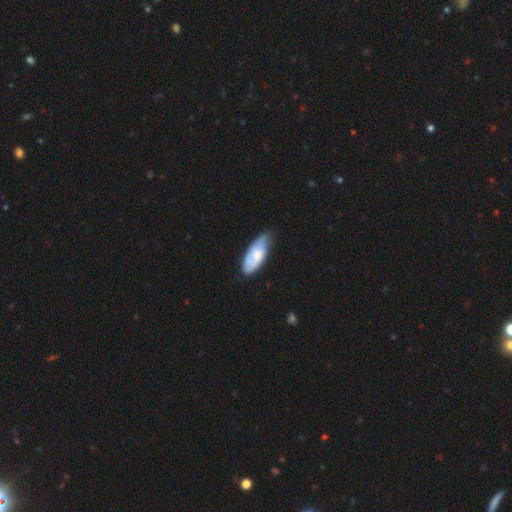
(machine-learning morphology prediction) Q: Smooth or featured?
A: smooth (58%); runner-up: featured or disk (36%)
Q: How rounded?
A: in between (79%); runner-up: cigar-shaped (19%)
Q: Merging?
A: none (57%); runner-up: minor disturbance (35%)